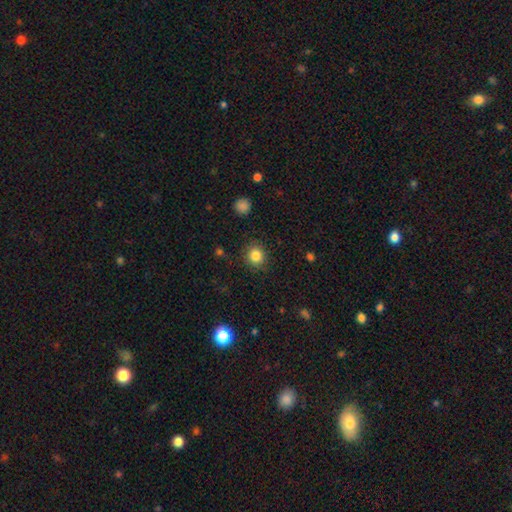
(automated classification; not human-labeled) Overall: smooth (84%). How rounded: round (86%). Merging: none (87%).